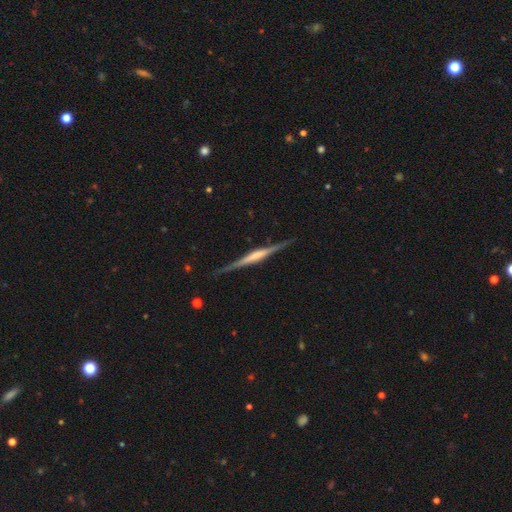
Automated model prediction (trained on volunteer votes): smooth-or-featured: featured or disk: 79% | smooth: 16% | star or artifact: 5%
  disk-edge-on: yes: 98% | no: 2%
    edge-on-bulge: rounded: 39% | boxy: 36% | none: 25%
  merging: none: 86% | minor disturbance: 10% | major disturbance: 2% | merger: 1%